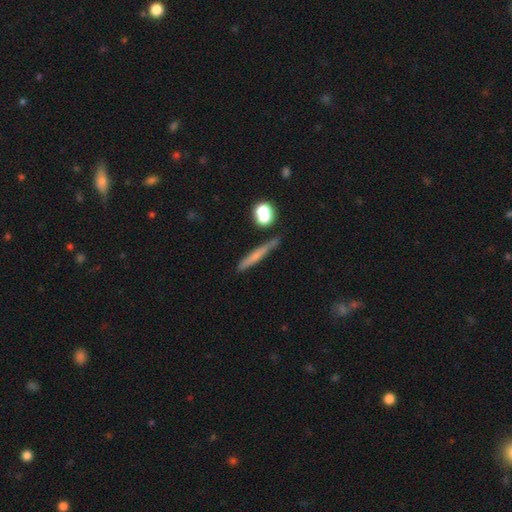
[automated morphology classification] A smooth galaxy with no disk features (55%) that is cigar-shaped (87%). Merging: none (77%).